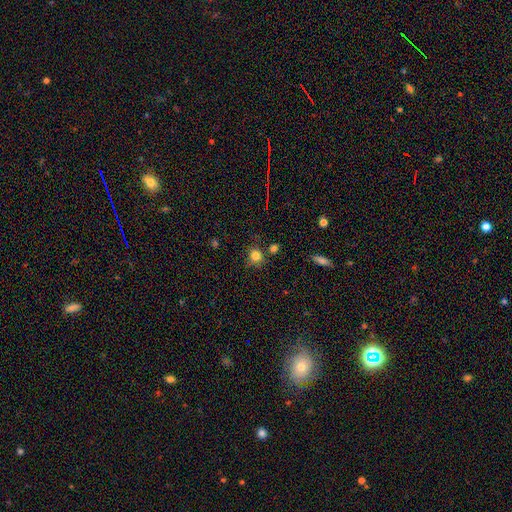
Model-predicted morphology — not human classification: smooth-or-featured: smooth: 81% | star or artifact: 13% | featured or disk: 6%
  how-rounded: round: 83% | in between: 16% | cigar-shaped: 1%
  merging: none: 75% | minor disturbance: 14% | merger: 7% | major disturbance: 4%